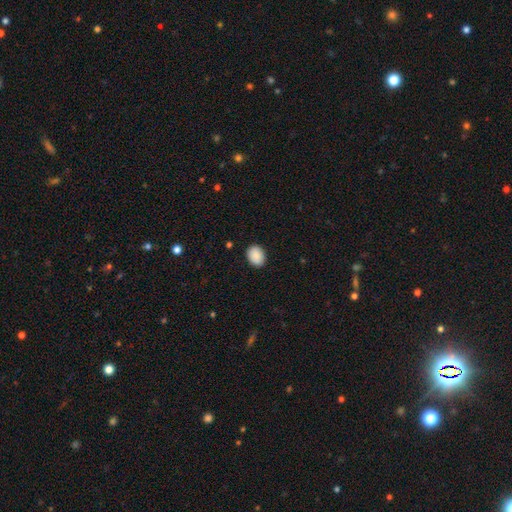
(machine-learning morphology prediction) Overall: smooth (90%). How rounded: in between (62%; round 37%). Merging: none (89%).